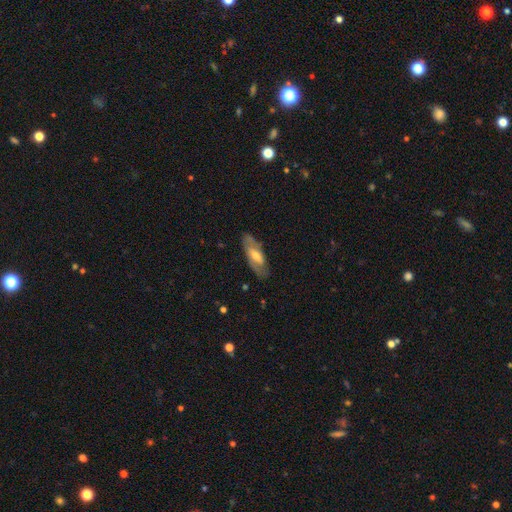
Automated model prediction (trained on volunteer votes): featured or disk 59%, smooth 35%, star or artifact 6%. Down the decision tree: edge-on disk — no (79%); merging — none (78%).